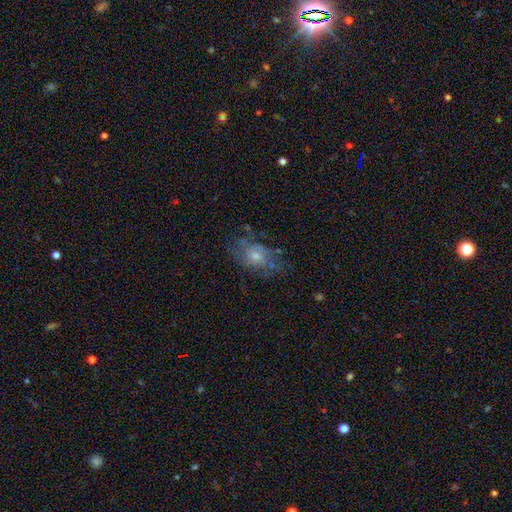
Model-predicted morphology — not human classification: The model was most divided on "bulge size": moderate: 45%, small: 44%, large: 5%, none: 5%, dominant: 1%. More confident: edge-on disk — no (94%); bar — no (77%); spiral arms — yes (69%); merging — none (62%); smooth or featured — featured or disk (59%).